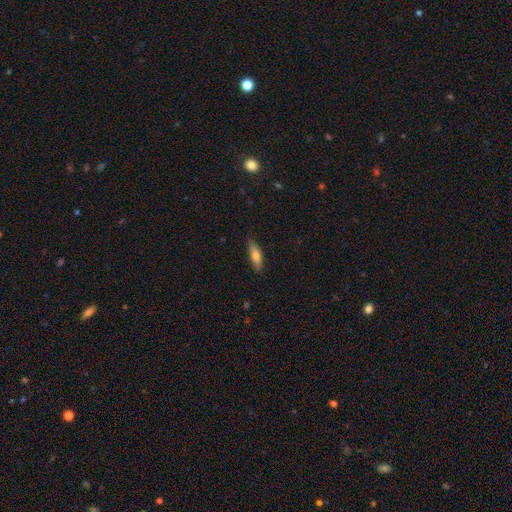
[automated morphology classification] Smooth or featured?
  - smooth: 70% *
  - featured or disk: 24%
  - star or artifact: 6%
How rounded?
  - cigar-shaped: 52% *
  - in between: 45%
  - round: 2%
Merging?
  - none: 80% *
  - minor disturbance: 16%
  - major disturbance: 2%
  - merger: 1%